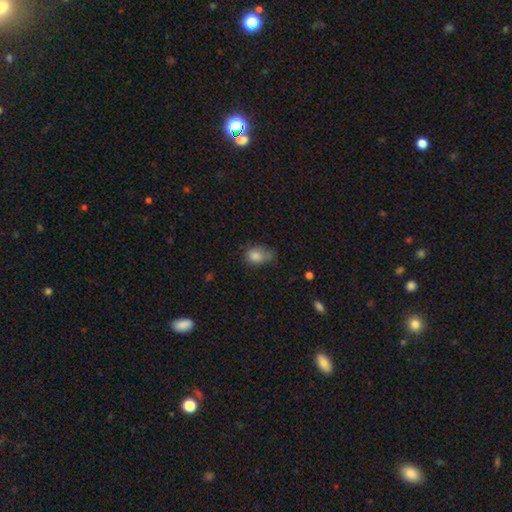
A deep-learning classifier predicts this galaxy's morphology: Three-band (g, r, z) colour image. It shows a smooth galaxy with no disk features (81%) that is in between round and cigar-shaped (64%). Merging: none (42%).